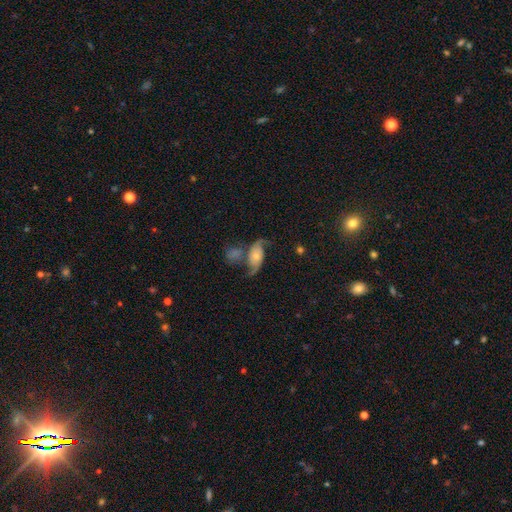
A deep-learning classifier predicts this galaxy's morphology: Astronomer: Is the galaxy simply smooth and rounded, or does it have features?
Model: featured or disk — 76%.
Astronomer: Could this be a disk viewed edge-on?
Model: no — 96%.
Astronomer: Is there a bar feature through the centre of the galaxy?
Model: no — 72%.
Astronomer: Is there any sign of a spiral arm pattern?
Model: yes — 92%.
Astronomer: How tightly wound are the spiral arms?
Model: loose — 72%.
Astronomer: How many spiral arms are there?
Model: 2 — 90%.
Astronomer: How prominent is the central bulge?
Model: small — 49% (runner-up: moderate, 40%).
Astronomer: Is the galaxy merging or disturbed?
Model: none — 43% (runner-up: merger, 26%).